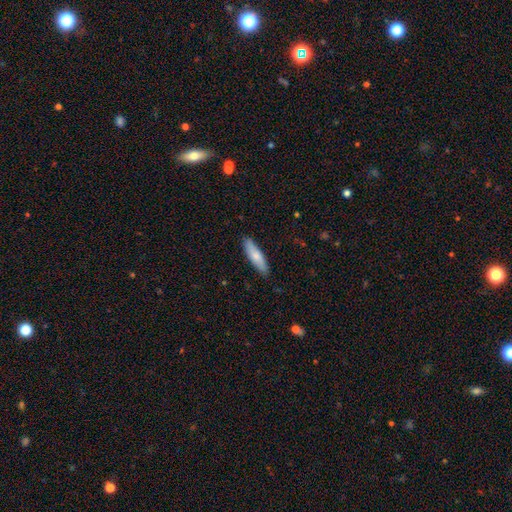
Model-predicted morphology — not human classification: smooth_or_featured: smooth (p=0.74) [alt: featured or disk p=0.20]
how_rounded: cigar-shaped (p=0.64) [alt: in between p=0.35]
merging: none (p=0.87) [alt: minor disturbance p=0.10]